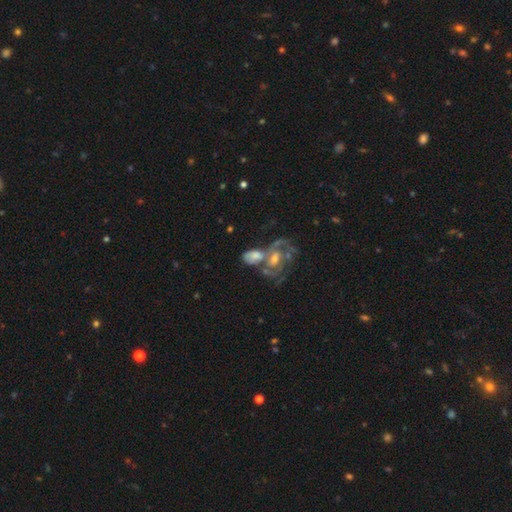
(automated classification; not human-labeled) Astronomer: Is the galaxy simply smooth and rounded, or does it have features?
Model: featured or disk — 73%.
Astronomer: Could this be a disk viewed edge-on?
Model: no — 95%.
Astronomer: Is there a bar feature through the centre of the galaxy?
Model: no — 57% (runner-up: weak, 33%).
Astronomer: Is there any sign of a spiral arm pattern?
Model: yes — 79%.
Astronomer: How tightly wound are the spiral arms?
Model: tight — 44% (runner-up: medium, 40%).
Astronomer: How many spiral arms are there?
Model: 2 — 44% (runner-up: can't tell, 33%).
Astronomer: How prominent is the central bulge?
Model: moderate — 56%.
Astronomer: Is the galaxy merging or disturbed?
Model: merger — 57%.